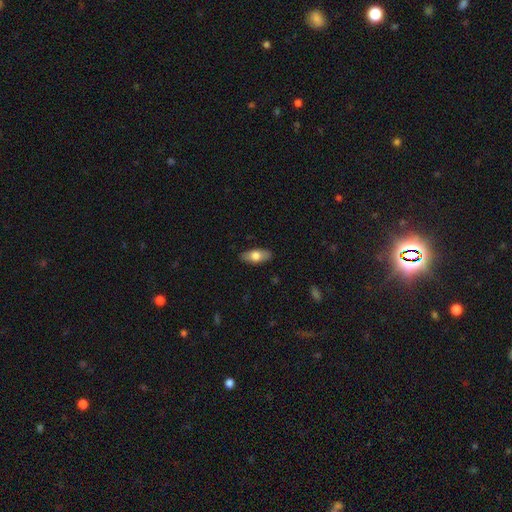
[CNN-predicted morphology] A smooth galaxy with no disk features (70%) that is in between round and cigar-shaped (85%). Merging: none (88%).